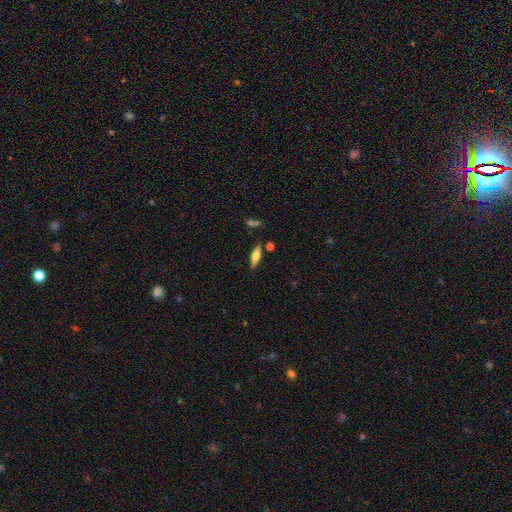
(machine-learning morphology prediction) This is possibly a smooth galaxy (53%). How rounded: possibly cigar-shaped (55%). Merging: clearly none (81%).